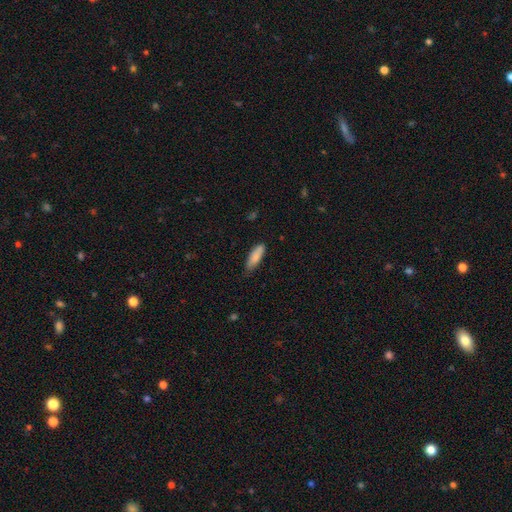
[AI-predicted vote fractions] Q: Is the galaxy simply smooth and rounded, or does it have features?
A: smooth — 86%.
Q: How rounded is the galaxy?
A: in between — 52%.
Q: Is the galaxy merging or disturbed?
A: none — 73%.